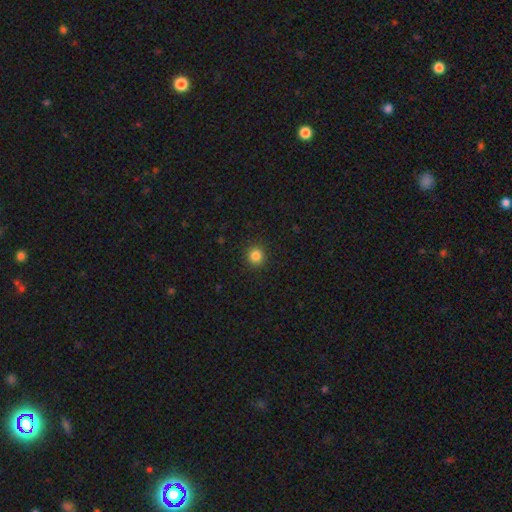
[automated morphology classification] A smooth galaxy with no disk features (84%) that is round (93%).

Vote fractions:
- Smooth or featured? smooth: 84% / star or artifact: 12% / featured or disk: 4%
- How rounded? round: 93% / in between: 6% / cigar-shaped: 1%
- Merging? none: 92% / minor disturbance: 5% / major disturbance: 2% / merger: 1%